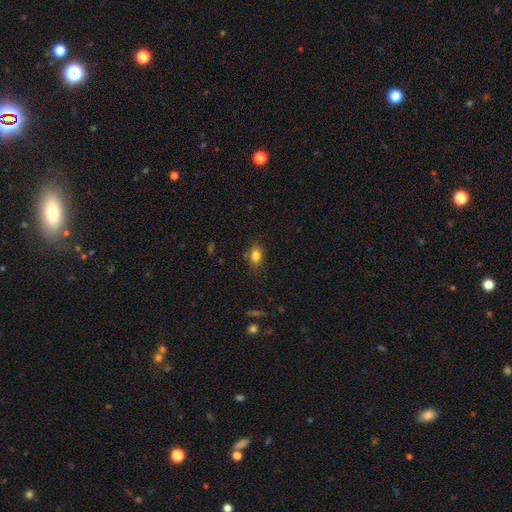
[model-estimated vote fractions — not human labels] Q: Smooth or featured?
A: smooth (81%); runner-up: star or artifact (11%)
Q: How rounded?
A: in between (76%); runner-up: round (21%)
Q: Merging?
A: none (75%); runner-up: minor disturbance (18%)